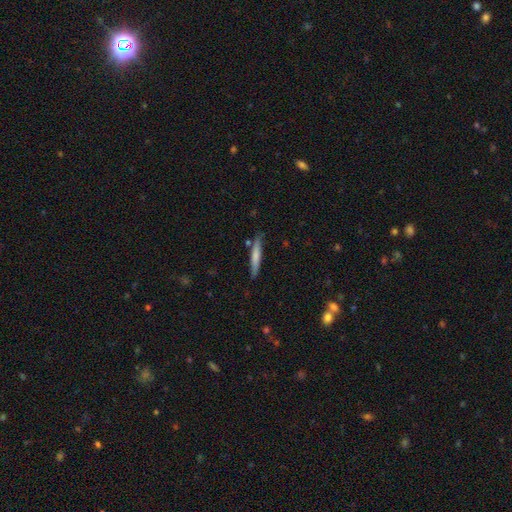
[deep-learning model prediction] Smooth or featured?
  - smooth: 67% *
  - featured or disk: 28%
  - star or artifact: 5%
How rounded?
  - cigar-shaped: 94% *
  - in between: 5%
  - round: 1%
Merging?
  - none: 80% *
  - minor disturbance: 14%
  - merger: 4%
  - major disturbance: 2%